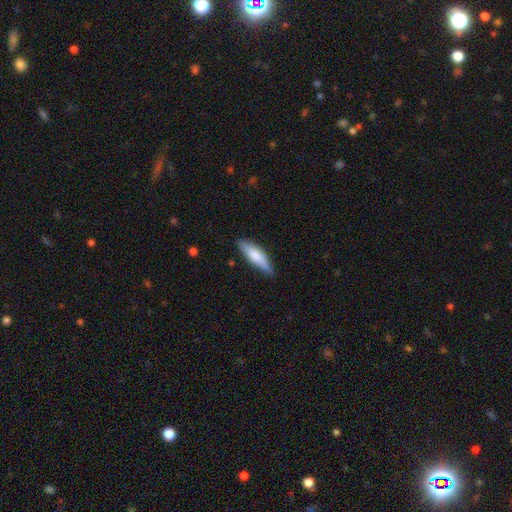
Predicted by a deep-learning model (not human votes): The model was most divided on "how rounded": cigar-shaped: 60%, in between: 38%, round: 2%. More confident: merging — none (80%); smooth or featured — smooth (72%).